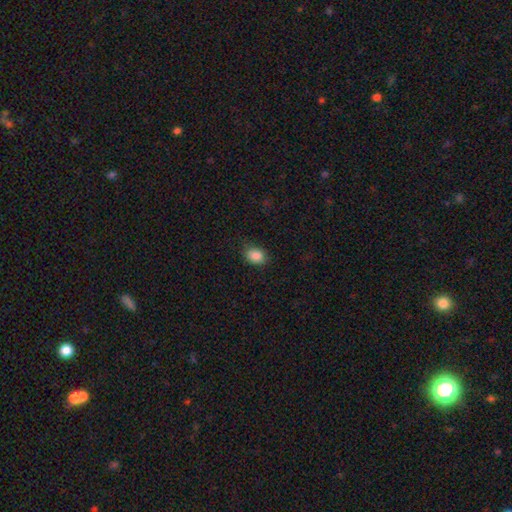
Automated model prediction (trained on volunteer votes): This is clearly a smooth galaxy (87%). How rounded: likely in between (70%). Merging: likely none (78%).